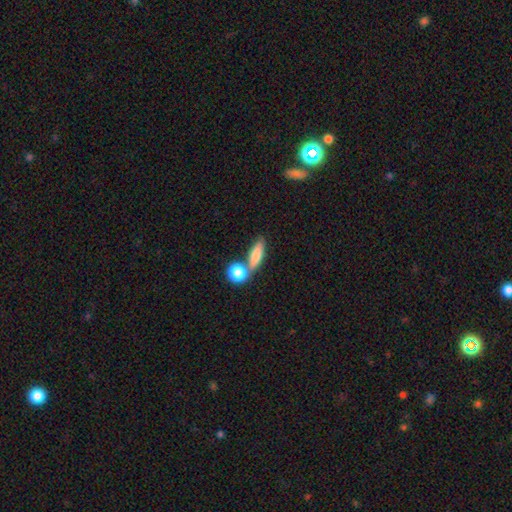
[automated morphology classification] The model was most divided on "how rounded": in between: 47%, cigar-shaped: 39%, round: 14%. More confident: smooth or featured — smooth (77%); merging — none (52%).